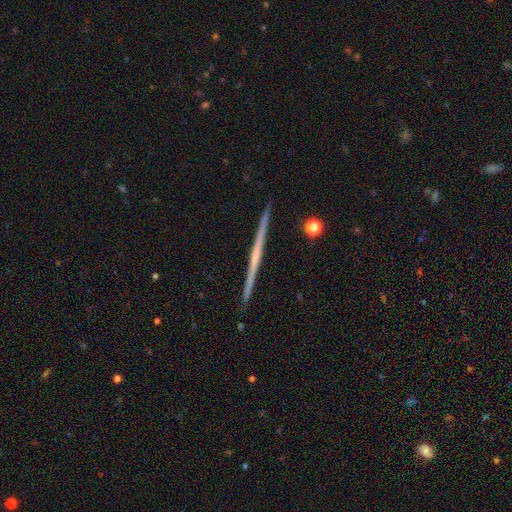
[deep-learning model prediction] Overall: featured or disk (74%). Edge-on disk: yes (99%). Edge-on bulge: none (72%). Merging: none (93%).